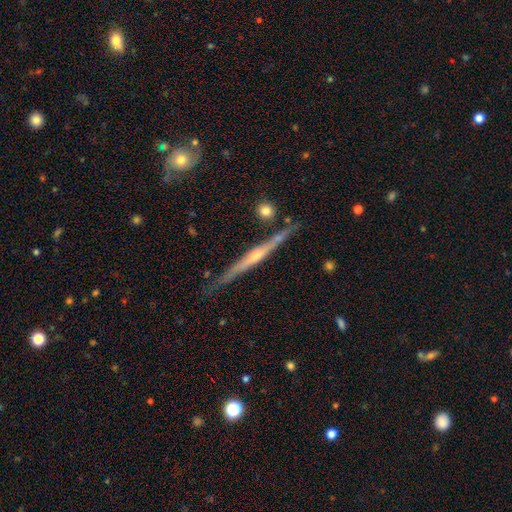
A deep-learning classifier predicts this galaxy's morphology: featured or disk 80%, smooth 14%, star or artifact 6%. Down the decision tree: edge-on disk — yes (98%); edge-on bulge — rounded (74%); merging — none (84%).